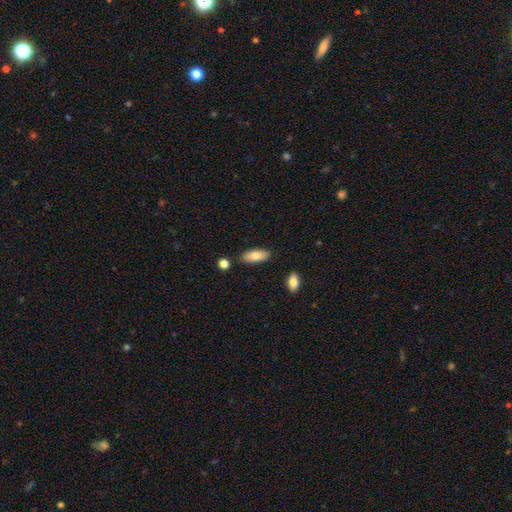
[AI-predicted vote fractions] Smooth or featured? Predicted: smooth (p=0.77). How rounded? Predicted: in between (p=0.80). Merging? Predicted: none (p=0.85).